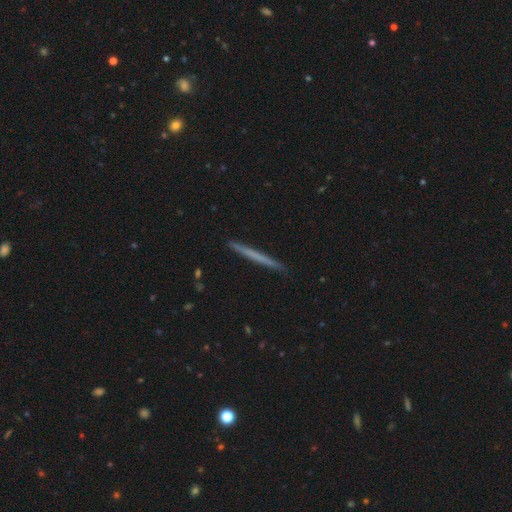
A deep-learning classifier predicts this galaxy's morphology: smooth 53%, featured or disk 41%, star or artifact 6%. Down the decision tree: how rounded — cigar-shaped (97%); merging — none (92%).